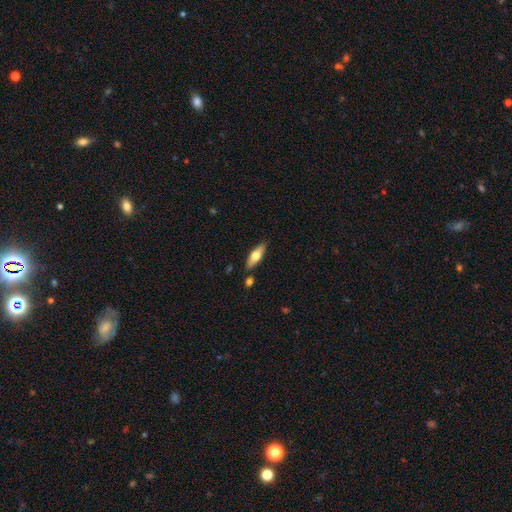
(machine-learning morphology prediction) Smooth or featured? smooth (56%)
How rounded? in between (56%)
Merging? none (84%)